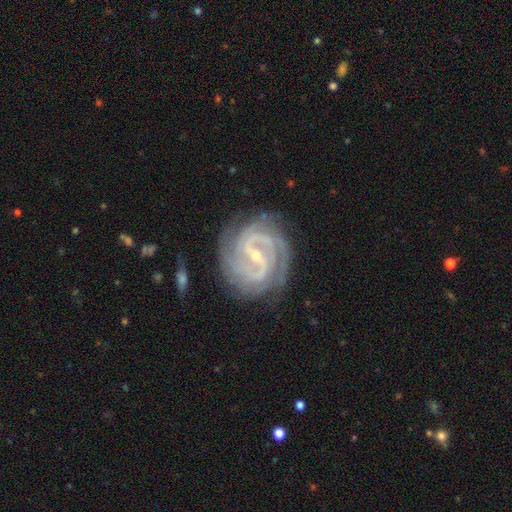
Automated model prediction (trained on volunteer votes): featured or disk 92%, star or artifact 5%, smooth 3%. Down the decision tree: edge-on disk — no (98%); bar — strong (46%); spiral arms — yes (98%); spiral arm count — 2 (53%); spiral winding — tight (62%); bulge size — small (74%); merging — none (80%).